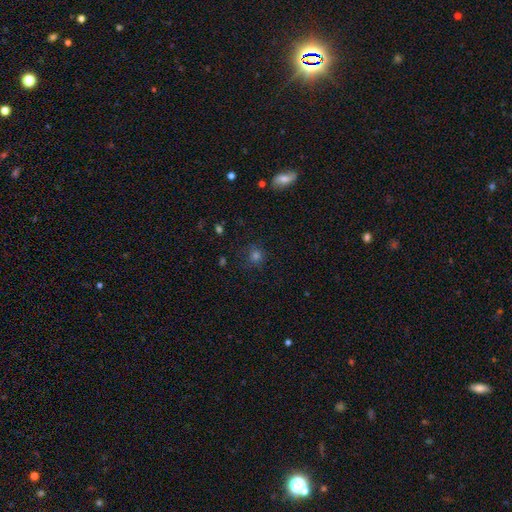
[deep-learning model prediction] A smooth galaxy with no disk features (67%) that is round (89%).

Vote fractions:
- Smooth or featured? smooth: 67% / star or artifact: 25% / featured or disk: 7%
- How rounded? round: 89% / in between: 10% / cigar-shaped: 1%
- Merging? none: 85% / minor disturbance: 10% / major disturbance: 3% / merger: 2%